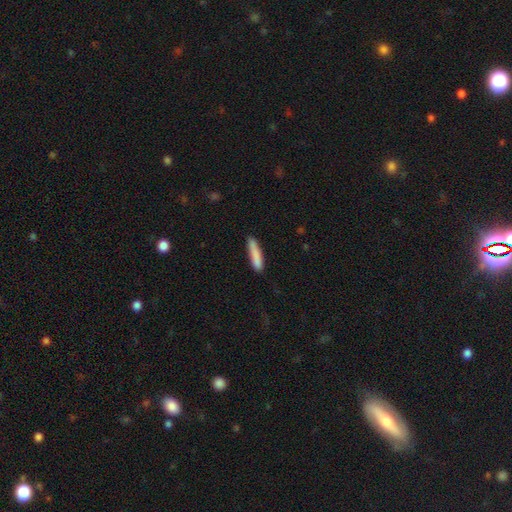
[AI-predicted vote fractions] This appears to be a smooth galaxy with no disk features (86%) that is cigar-shaped (86%). Merging: none (83%).